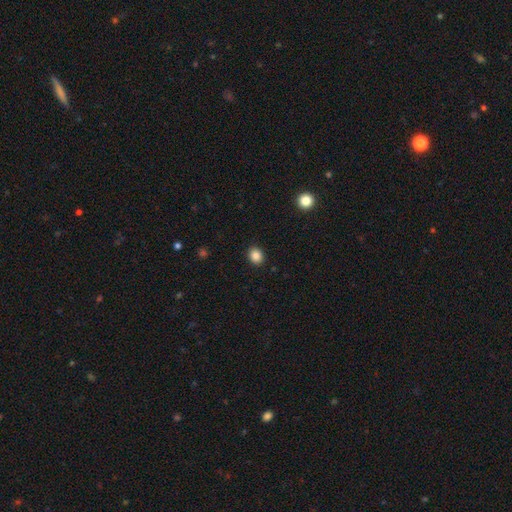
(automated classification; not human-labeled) A smooth galaxy with no disk features (86%) that is round (63%). Merging: none (91%).